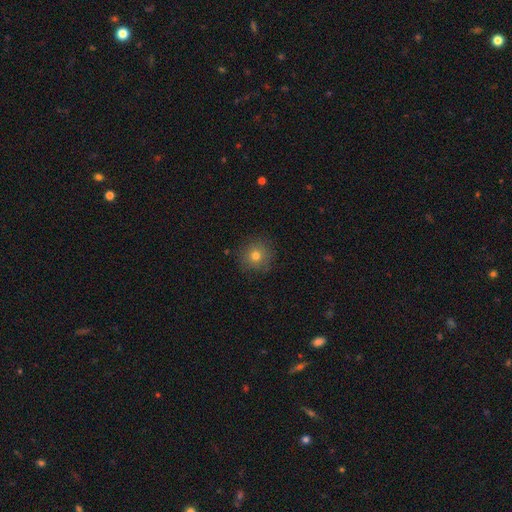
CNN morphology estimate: Smooth or featured?
  - smooth: 76% *
  - star or artifact: 13%
  - featured or disk: 10%
How rounded?
  - round: 93% *
  - in between: 6%
  - cigar-shaped: 1%
Merging?
  - none: 87% *
  - minor disturbance: 9%
  - major disturbance: 3%
  - merger: 1%